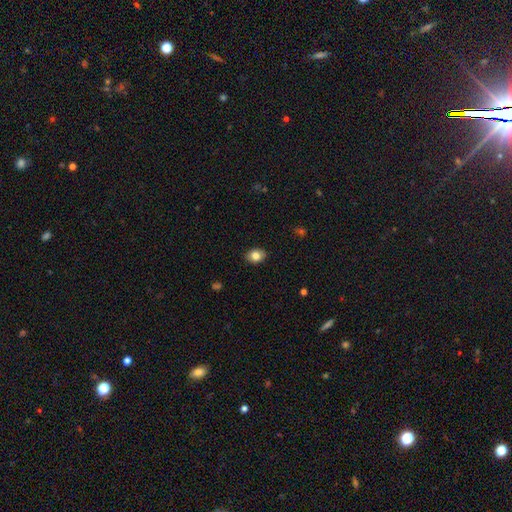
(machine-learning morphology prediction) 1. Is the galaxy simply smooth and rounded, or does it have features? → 82% smooth, 10% featured or disk, 8% star or artifact.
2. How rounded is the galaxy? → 71% in between, 28% round, 1% cigar-shaped.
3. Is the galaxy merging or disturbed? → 88% none, 9% minor disturbance, 2% major disturbance, 1% merger.